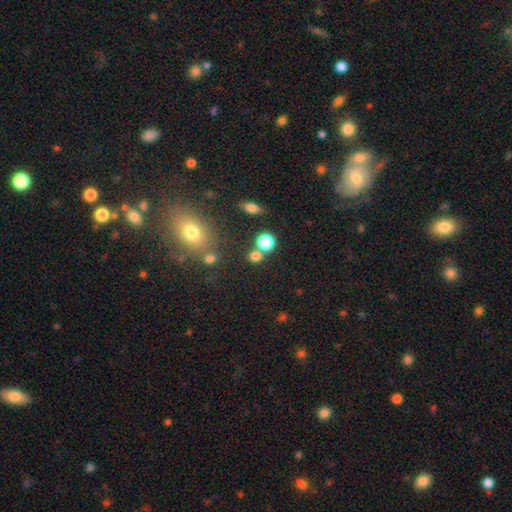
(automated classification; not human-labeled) Smooth or featured: smooth — 76% (star or artifact — 17%)
How rounded: round — 84% (in between — 15%)
Merging: none — 67% (merger — 21%)